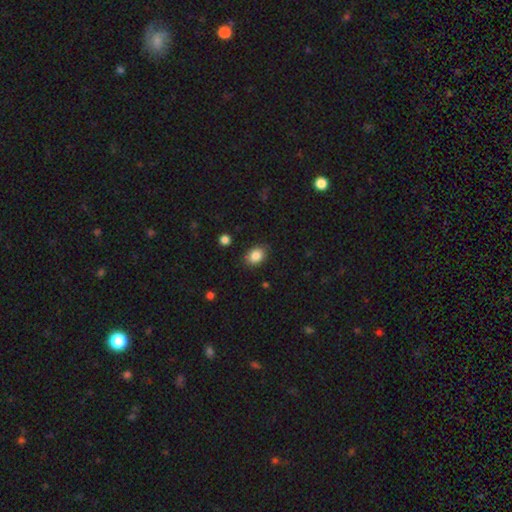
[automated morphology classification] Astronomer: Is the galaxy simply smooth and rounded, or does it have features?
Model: smooth — 86%.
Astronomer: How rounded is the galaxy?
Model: in between — 68%.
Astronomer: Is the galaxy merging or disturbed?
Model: none — 84%.